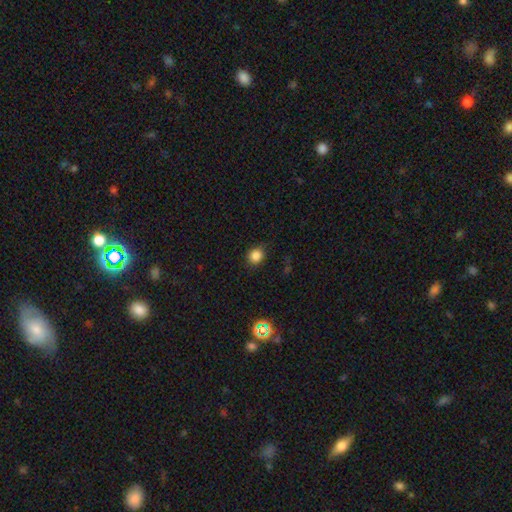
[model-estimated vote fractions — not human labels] Smooth or featured? smooth (84%)
How rounded? round (77%)
Merging? none (82%)